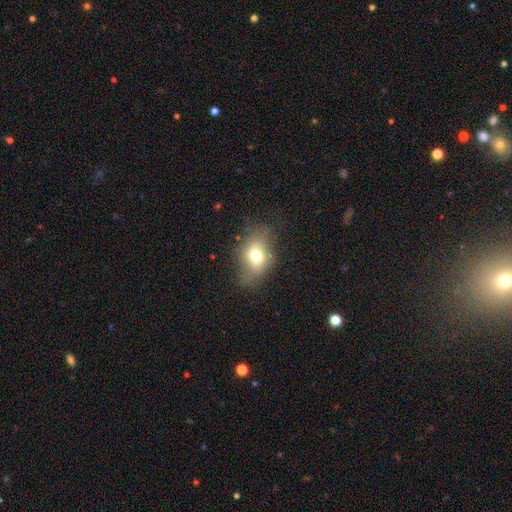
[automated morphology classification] A smooth galaxy with no disk features (64%) that is in between round and cigar-shaped (70%). Merging: none (60%).